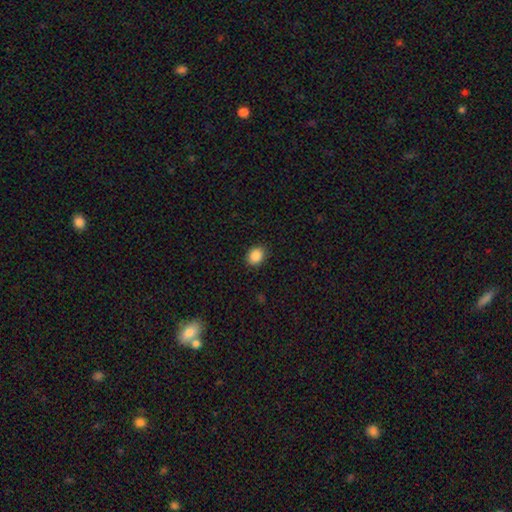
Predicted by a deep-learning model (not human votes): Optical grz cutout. It shows a smooth galaxy with no disk features (89%) that is round (54%). Merging: none (89%).